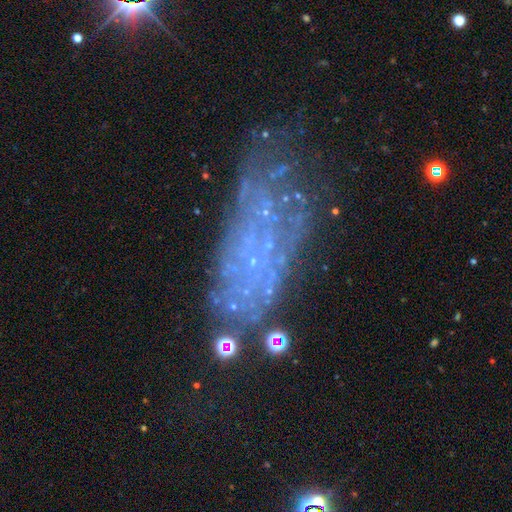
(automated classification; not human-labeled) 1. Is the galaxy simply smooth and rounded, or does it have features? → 64% featured or disk, 18% star or artifact, 17% smooth.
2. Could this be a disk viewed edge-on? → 91% no, 9% yes.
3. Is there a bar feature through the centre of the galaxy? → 84% no, 11% weak, 4% strong.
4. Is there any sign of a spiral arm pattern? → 50% yes (tied), 50% no (tied).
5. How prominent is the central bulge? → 52% small, 41% none, 5% moderate, 1% large, 1% dominant.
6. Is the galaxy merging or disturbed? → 53% none, 22% minor disturbance, 19% major disturbance, 7% merger.